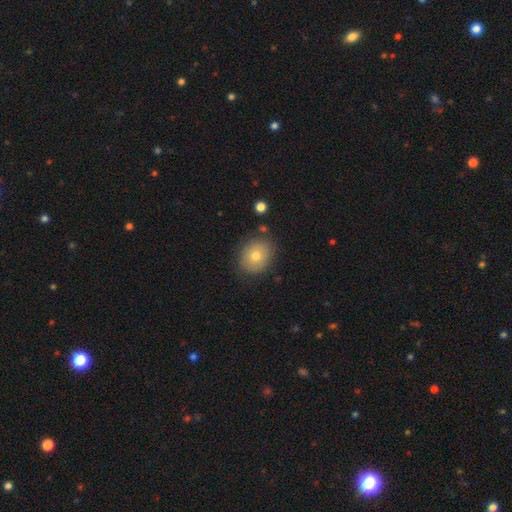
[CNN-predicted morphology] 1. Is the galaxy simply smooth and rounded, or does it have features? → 71% smooth, 20% featured or disk, 9% star or artifact.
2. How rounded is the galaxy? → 60% round, 39% in between, 1% cigar-shaped.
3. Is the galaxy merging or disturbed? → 80% none, 14% minor disturbance, 4% major disturbance, 2% merger.